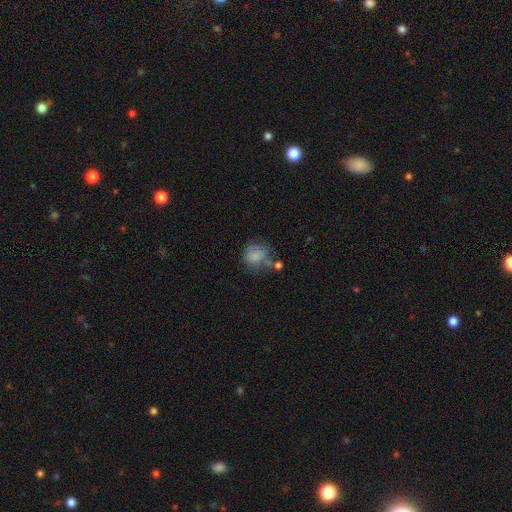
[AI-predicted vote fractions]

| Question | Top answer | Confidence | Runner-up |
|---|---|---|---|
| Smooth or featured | smooth | 74% | featured or disk (16%) |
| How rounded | round | 76% | in between (23%) |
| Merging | none | 42% | minor disturbance (25%) |